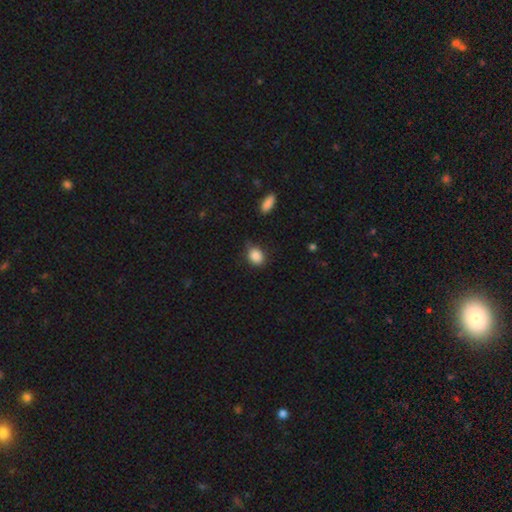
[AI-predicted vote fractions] A smooth galaxy with no disk features (86%) that is in between round and cigar-shaped (56%). Merging: none (74%).